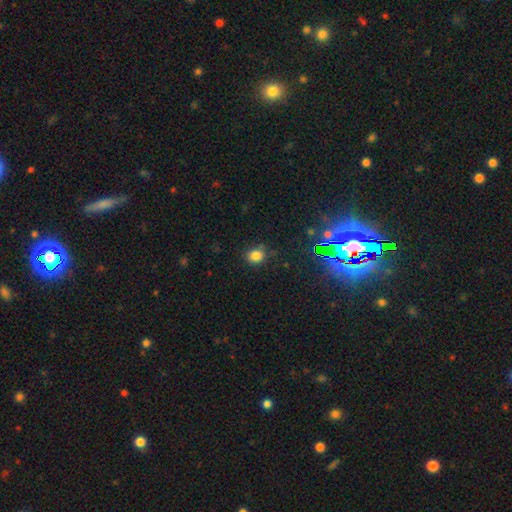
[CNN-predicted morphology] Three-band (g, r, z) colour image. It shows a smooth galaxy with no disk features (79%) that is round (66%). Merging: none (79%).